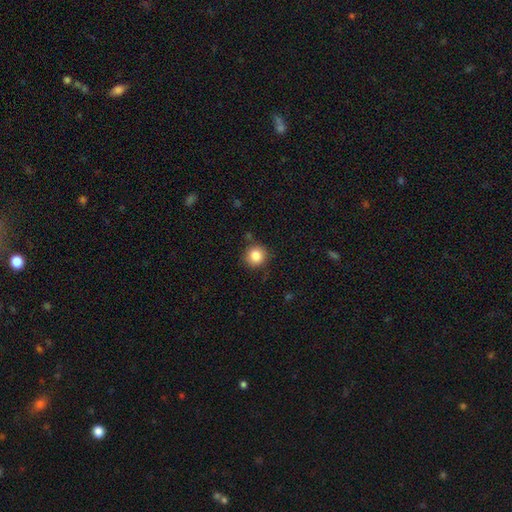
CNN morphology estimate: A smooth galaxy with no disk features (86%) that is round (91%).

Vote fractions:
- Smooth or featured? smooth: 86% / star or artifact: 10% / featured or disk: 5%
- How rounded? round: 91% / in between: 8% / cigar-shaped: 1%
- Merging? none: 84% / minor disturbance: 11% / major disturbance: 3% / merger: 3%